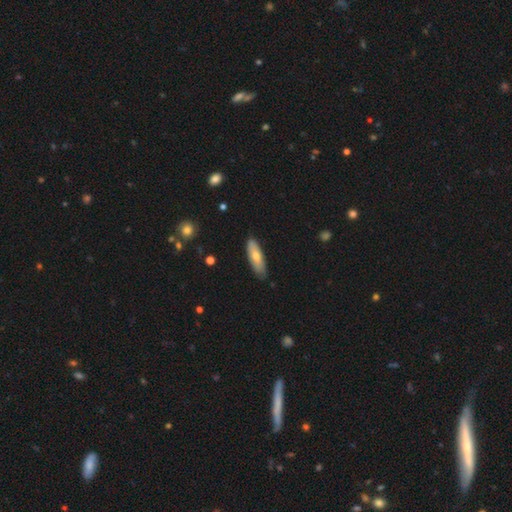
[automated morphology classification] smooth-or-featured: smooth: 64% | featured or disk: 30% | star or artifact: 6%
  how-rounded: cigar-shaped: 53% | in between: 45% | round: 2%
  merging: none: 83% | minor disturbance: 13% | major disturbance: 2% | merger: 1%